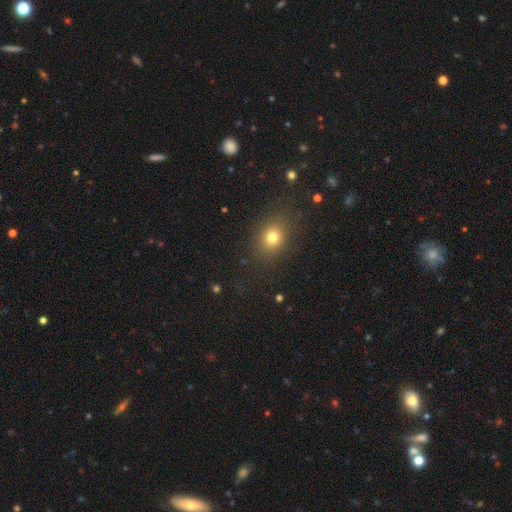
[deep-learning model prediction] Q: Smooth or featured?
A: smooth (61%); runner-up: star or artifact (31%)
Q: How rounded?
A: round (52%); runner-up: in between (46%)
Q: Merging?
A: none (86%); runner-up: minor disturbance (9%)